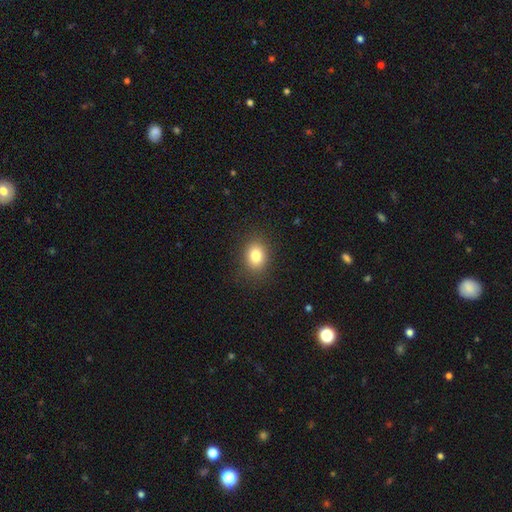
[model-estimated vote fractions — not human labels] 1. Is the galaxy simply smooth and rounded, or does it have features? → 82% smooth, 10% star or artifact, 7% featured or disk.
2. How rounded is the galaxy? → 54% in between, 45% round, 1% cigar-shaped.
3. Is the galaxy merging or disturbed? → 87% none, 9% minor disturbance, 3% major disturbance, 1% merger.